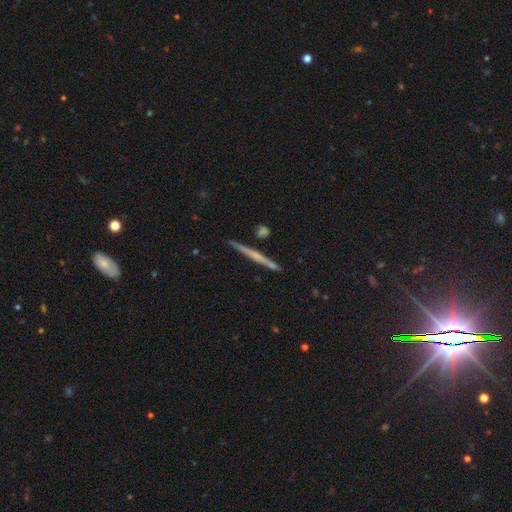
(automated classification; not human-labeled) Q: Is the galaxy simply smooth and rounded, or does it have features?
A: featured or disk — 62%.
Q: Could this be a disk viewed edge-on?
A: yes — 98%.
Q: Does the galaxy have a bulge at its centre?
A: none — 52%.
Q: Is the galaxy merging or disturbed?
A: none — 87%.